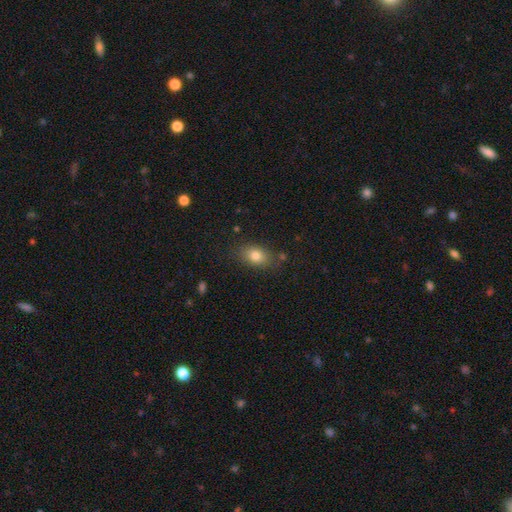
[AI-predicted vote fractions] Q: Smooth or featured?
A: smooth (80%); runner-up: star or artifact (10%)
Q: How rounded?
A: in between (80%); runner-up: round (17%)
Q: Merging?
A: none (80%); runner-up: minor disturbance (14%)